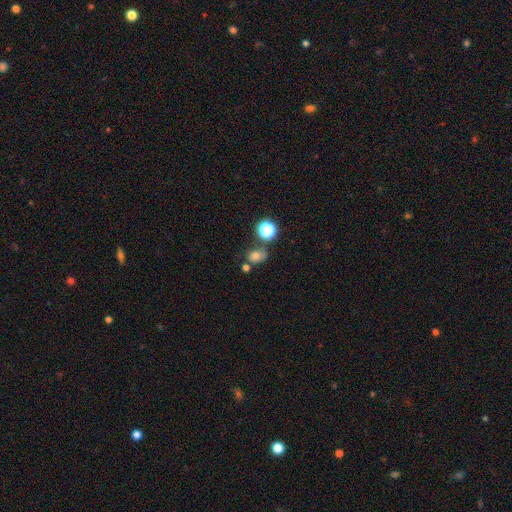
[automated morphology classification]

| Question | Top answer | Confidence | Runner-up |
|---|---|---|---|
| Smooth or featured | smooth | 68% | star or artifact (20%) |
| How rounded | round | 50% | in between (49%) |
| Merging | none | 57% | merger (18%) |